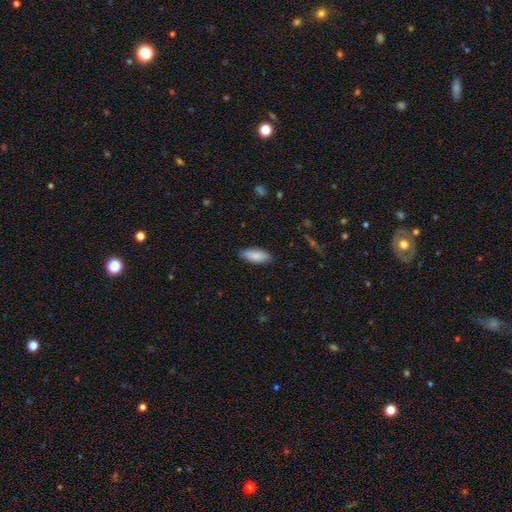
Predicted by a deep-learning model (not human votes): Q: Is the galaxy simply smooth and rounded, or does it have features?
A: smooth — 86%.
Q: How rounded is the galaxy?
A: in between — 82%.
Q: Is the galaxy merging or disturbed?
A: none — 84%.